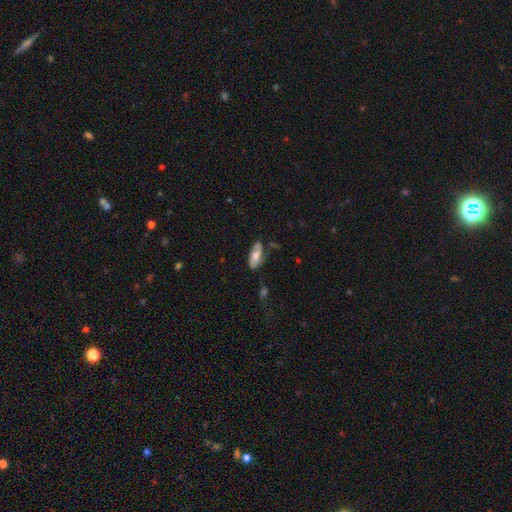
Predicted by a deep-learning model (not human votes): smooth_or_featured: smooth (p=0.59) [alt: featured or disk p=0.34]
how_rounded: in between (p=0.83) [alt: cigar-shaped p=0.14]
merging: none (p=0.59) [alt: minor disturbance p=0.27]